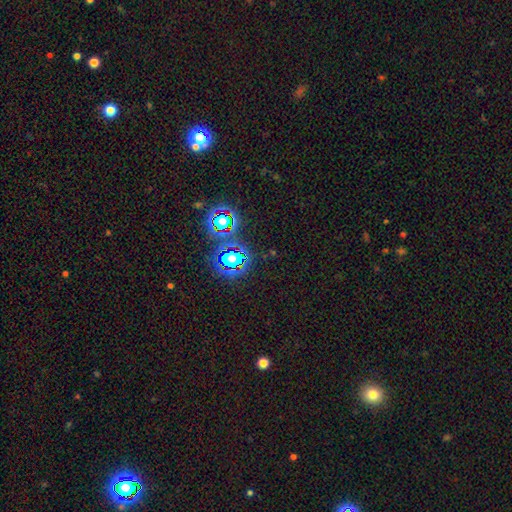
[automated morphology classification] Smooth or featured?
  - star or artifact: 79% *
  - smooth: 14%
  - featured or disk: 8%